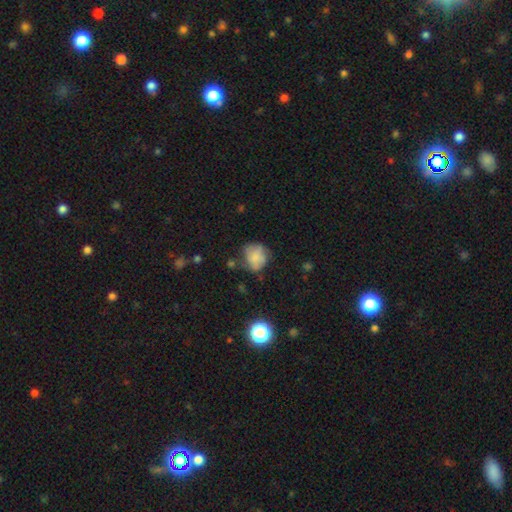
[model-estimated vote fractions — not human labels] Smooth or featured: smooth — 66% (featured or disk — 23%)
How rounded: round — 71% (in between — 28%)
Merging: none — 53% (minor disturbance — 29%)